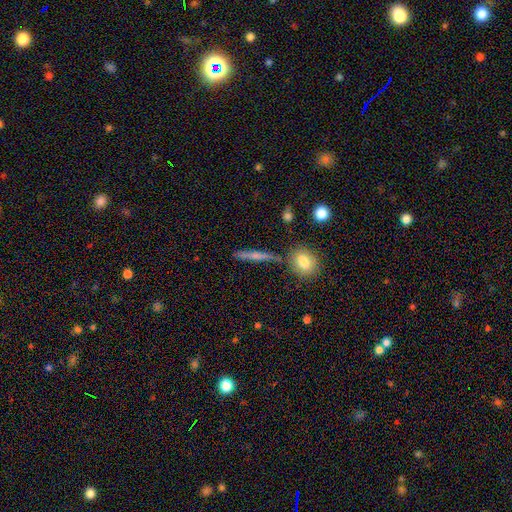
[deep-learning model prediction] This is possibly a smooth galaxy (55%). How rounded: clearly cigar-shaped (87%). Merging: clearly none (82%).